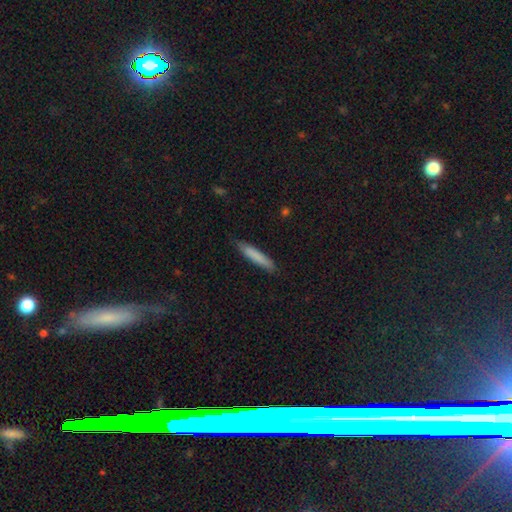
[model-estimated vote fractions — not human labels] Overall: smooth (81%). How rounded: cigar-shaped (90%). Merging: none (85%).